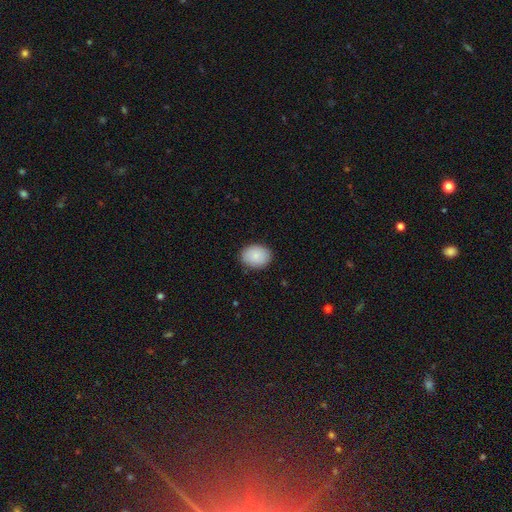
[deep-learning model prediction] Q: Smooth or featured?
A: smooth (88%); runner-up: star or artifact (7%)
Q: How rounded?
A: in between (61%); runner-up: round (39%)
Q: Merging?
A: none (87%); runner-up: minor disturbance (10%)